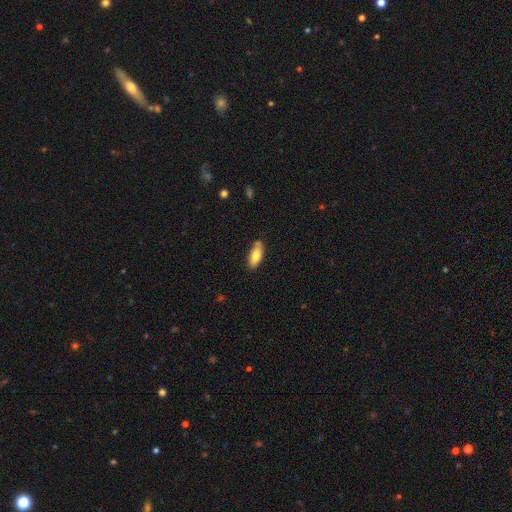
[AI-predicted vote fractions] This appears to be a smooth galaxy with no disk features (77%) that is in between round and cigar-shaped (82%). Merging: none (74%).